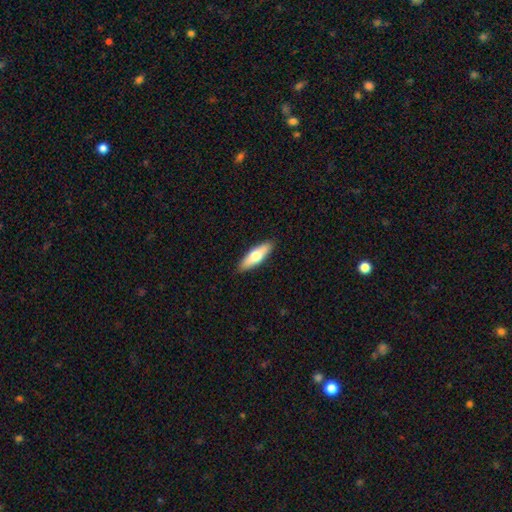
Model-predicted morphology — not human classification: Overall: smooth (64%; featured or disk 31%). How rounded: in between (50%; cigar-shaped 48%). Merging: none (90%).